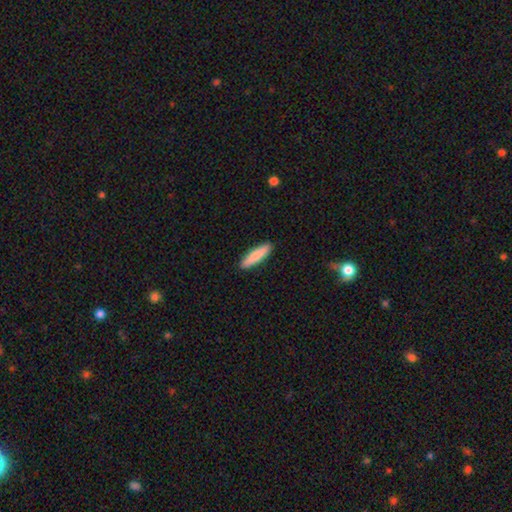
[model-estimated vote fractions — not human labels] Smooth or featured? smooth (81%)
How rounded? cigar-shaped (78%)
Merging? none (91%)